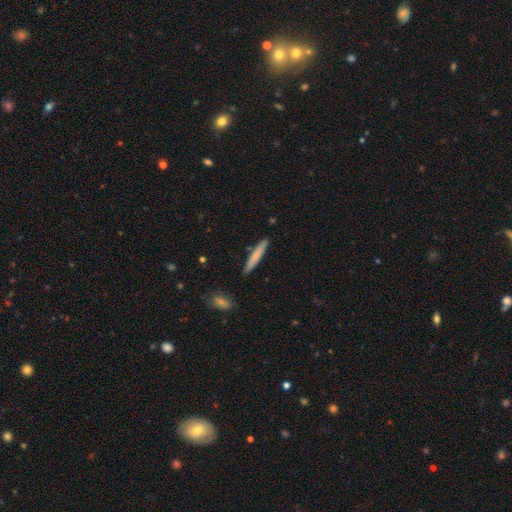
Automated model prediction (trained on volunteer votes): The model was most divided on "smooth or featured": smooth: 74%, featured or disk: 20%, star or artifact: 6%. More confident: how rounded — cigar-shaped (95%); merging — none (88%).